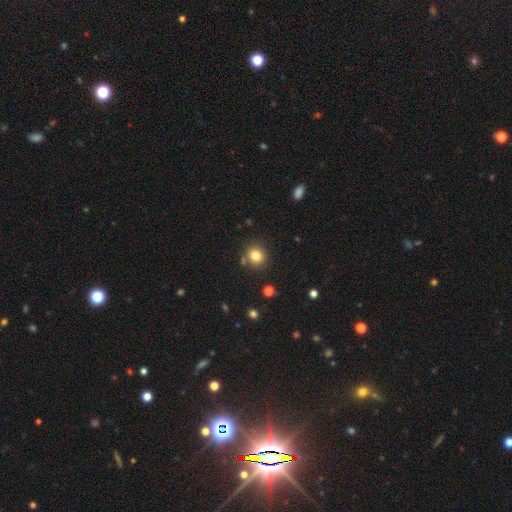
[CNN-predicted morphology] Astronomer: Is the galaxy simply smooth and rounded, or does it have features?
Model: smooth — 81%.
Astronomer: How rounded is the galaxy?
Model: round — 87%.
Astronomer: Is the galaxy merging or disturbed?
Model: none — 82%.